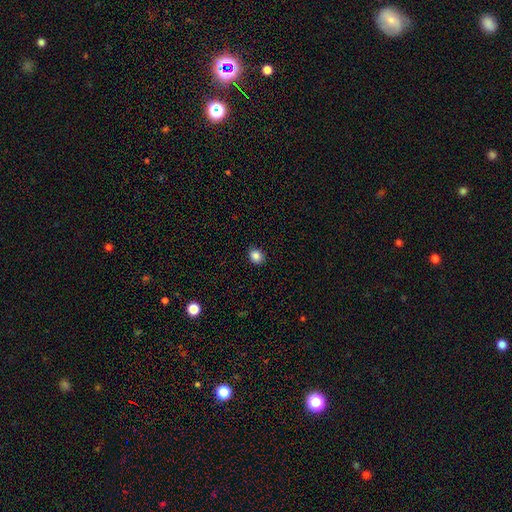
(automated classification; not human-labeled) Smooth or featured?
  - smooth: 85% *
  - star or artifact: 10%
  - featured or disk: 4%
How rounded?
  - round: 65% *
  - in between: 34%
  - cigar-shaped: 1%
Merging?
  - none: 90% *
  - minor disturbance: 7%
  - major disturbance: 2%
  - merger: 1%